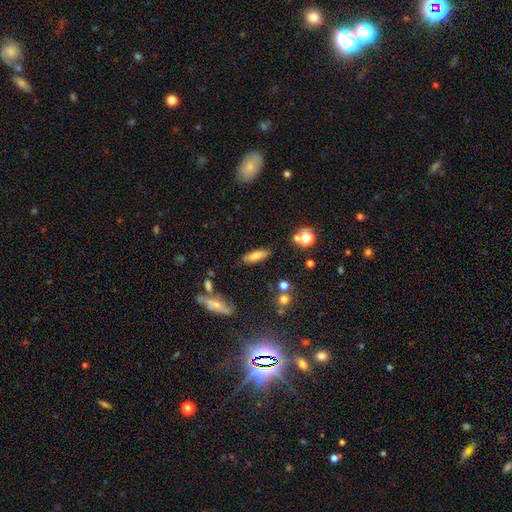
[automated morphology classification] Smooth or featured? Predicted: smooth (p=0.74). How rounded? Predicted: in between (p=0.54). Merging? Predicted: none (p=0.82).